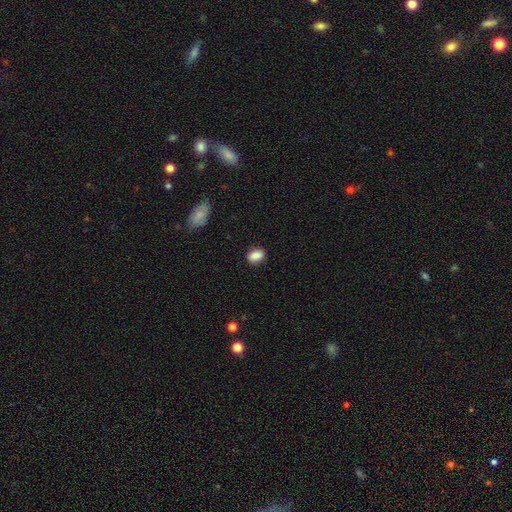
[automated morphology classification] A smooth galaxy with no disk features (86%) that is in between round and cigar-shaped (71%).

Vote fractions:
- Smooth or featured? smooth: 86% / star or artifact: 8% / featured or disk: 6%
- How rounded? in between: 71% / round: 27% / cigar-shaped: 2%
- Merging? none: 84% / minor disturbance: 12% / major disturbance: 3% / merger: 1%